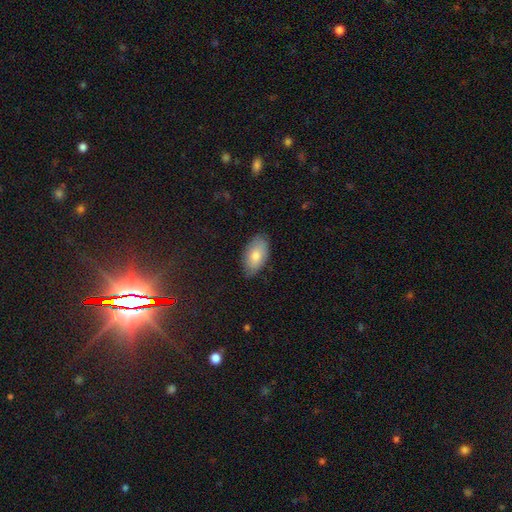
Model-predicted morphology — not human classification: The model was most divided on "smooth or featured": smooth: 78%, featured or disk: 15%, star or artifact: 7%. More confident: how rounded — in between (94%); merging — none (81%).